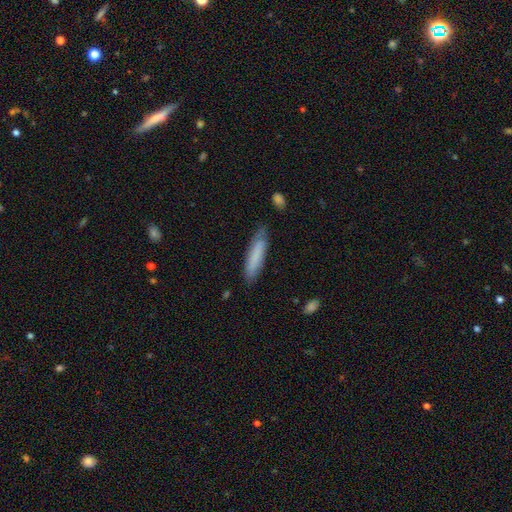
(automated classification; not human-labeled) Morphology: type=smooth (77%); roundness=cigar-shaped (84%); merging=none (81%).